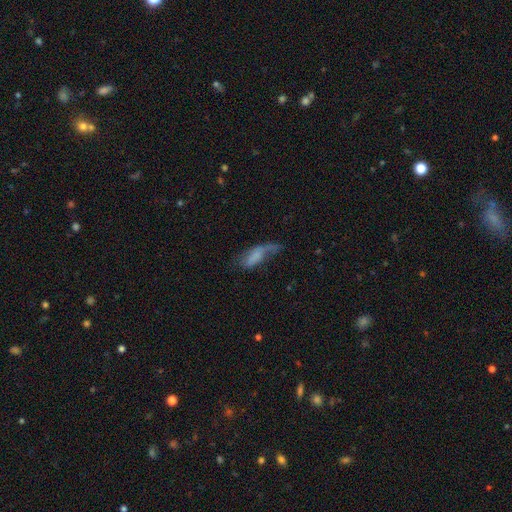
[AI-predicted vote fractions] smooth_or_featured: smooth (p=0.54) [alt: featured or disk p=0.36]
how_rounded: in between (p=0.72) [alt: cigar-shaped p=0.25]
merging: major disturbance (p=0.41) [alt: none p=0.27]